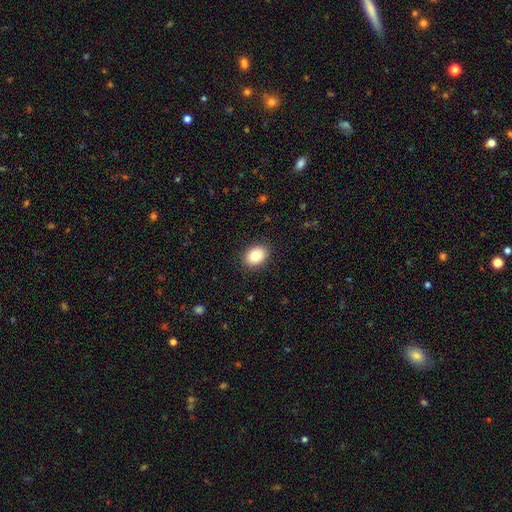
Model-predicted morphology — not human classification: The model was most divided on "how rounded": in between: 70%, round: 29%, cigar-shaped: 1%. More confident: merging — none (89%); smooth or featured — smooth (84%).